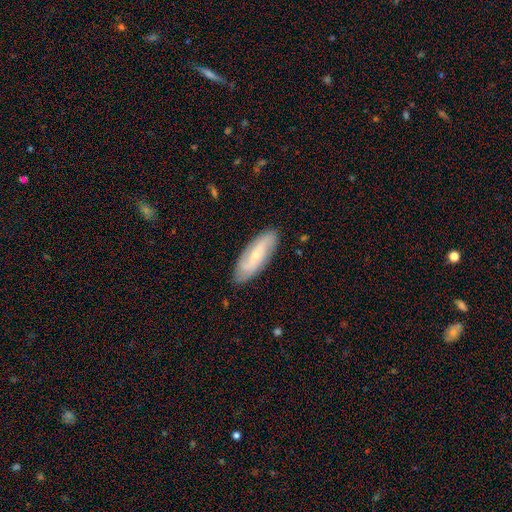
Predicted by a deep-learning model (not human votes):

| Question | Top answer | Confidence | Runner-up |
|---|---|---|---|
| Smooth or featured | featured or disk | 61% | smooth (33%) |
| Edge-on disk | no | 83% | yes (17%) |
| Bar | no | 51% | weak (35%) |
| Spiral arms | yes | 86% | no (14%) |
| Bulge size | small | 71% | moderate (24%) |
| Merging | none | 85% | minor disturbance (12%) |